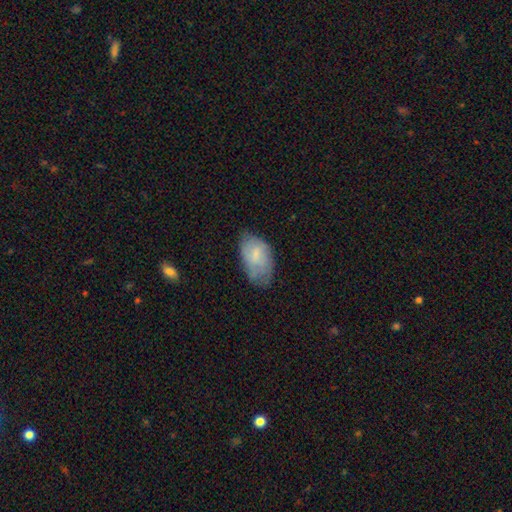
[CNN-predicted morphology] The model was most divided on "merging": none: 50%, minor disturbance: 37%, major disturbance: 11%, merger: 2%. More confident: how rounded — in between (93%); smooth or featured — smooth (68%).